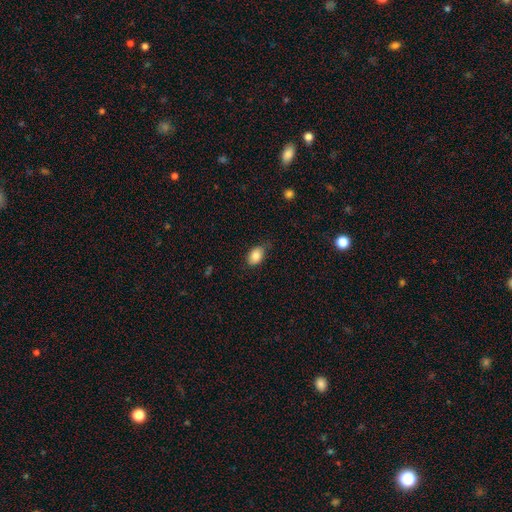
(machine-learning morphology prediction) Smooth or featured?
  - smooth: 84% *
  - star or artifact: 8%
  - featured or disk: 8%
How rounded?
  - in between: 83% *
  - round: 16%
  - cigar-shaped: 1%
Merging?
  - none: 70% *
  - minor disturbance: 24%
  - major disturbance: 5%
  - merger: 1%